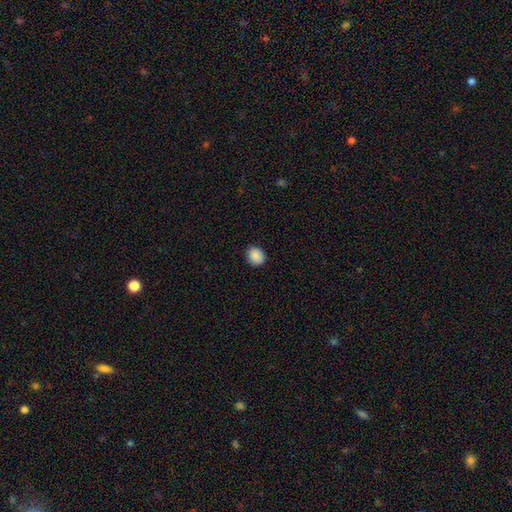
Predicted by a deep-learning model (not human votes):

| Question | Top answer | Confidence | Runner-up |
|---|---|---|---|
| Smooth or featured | smooth | 89% | star or artifact (8%) |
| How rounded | round | 69% | in between (30%) |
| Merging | none | 88% | minor disturbance (9%) |